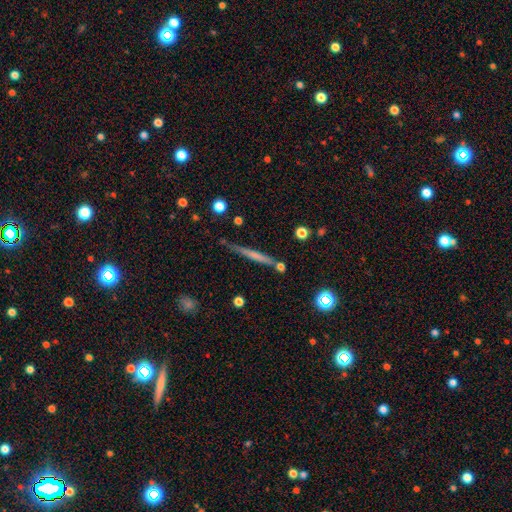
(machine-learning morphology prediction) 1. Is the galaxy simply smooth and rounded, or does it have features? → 48% smooth, 44% featured or disk, 8% star or artifact.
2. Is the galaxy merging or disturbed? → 77% none, 14% minor disturbance, 6% merger, 3% major disturbance.